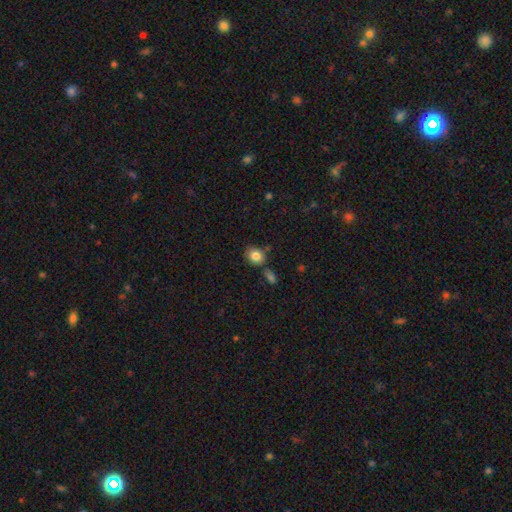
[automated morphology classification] A smooth galaxy with no disk features (84%) that is round (61%).

Vote fractions:
- Smooth or featured? smooth: 84% / star or artifact: 9% / featured or disk: 8%
- How rounded? round: 61% / in between: 38% / cigar-shaped: 1%
- Merging? none: 68% / minor disturbance: 17% / merger: 11% / major disturbance: 4%